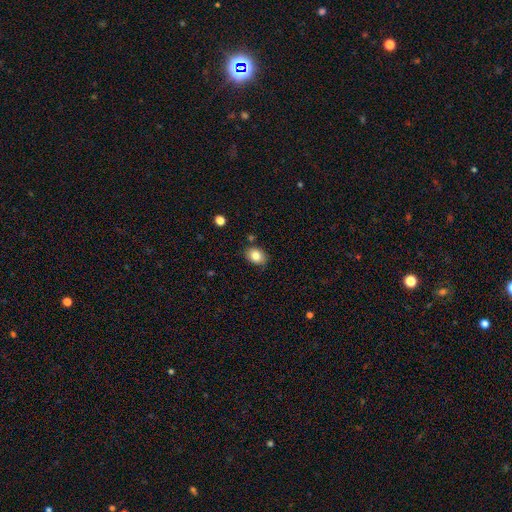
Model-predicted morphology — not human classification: smooth-or-featured: smooth: 83% | star or artifact: 9% | featured or disk: 8%
  how-rounded: in between: 68% | round: 31% | cigar-shaped: 1%
  merging: none: 82% | minor disturbance: 13% | merger: 3% | major disturbance: 3%